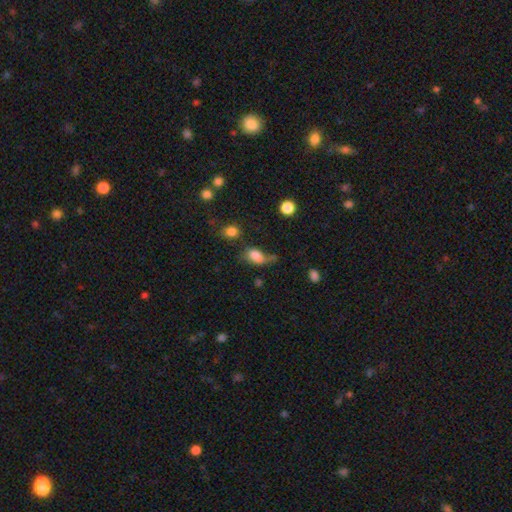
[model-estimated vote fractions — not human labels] Overall: smooth (79%). How rounded: in between (83%). Merging: none (37%; minor disturbance 29%).